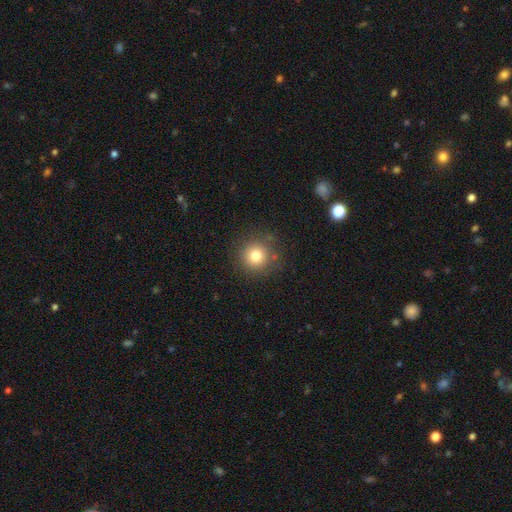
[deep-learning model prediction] smooth-or-featured: smooth: 78% | star or artifact: 13% | featured or disk: 8%
  how-rounded: round: 95% | in between: 4% | cigar-shaped: 1%
  merging: none: 86% | minor disturbance: 9% | major disturbance: 3% | merger: 2%